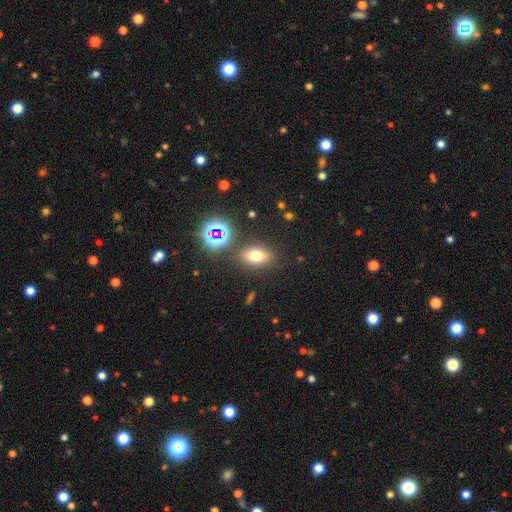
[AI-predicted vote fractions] Smooth or featured?
  - smooth: 63% *
  - star or artifact: 22%
  - featured or disk: 15%
How rounded?
  - in between: 72% *
  - round: 22%
  - cigar-shaped: 6%
Merging?
  - none: 82% *
  - minor disturbance: 9%
  - merger: 5%
  - major disturbance: 4%